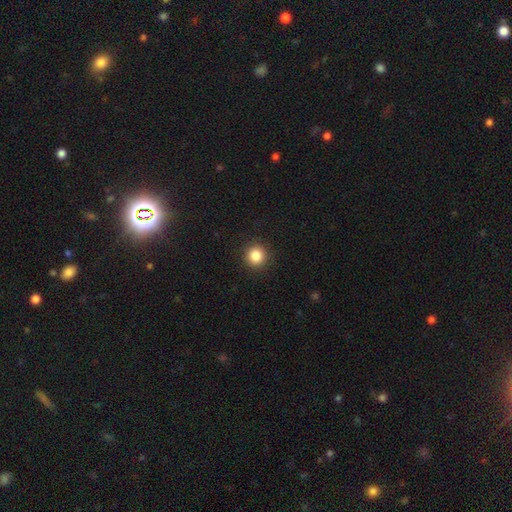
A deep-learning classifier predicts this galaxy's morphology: type=smooth (85%); roundness=round (94%); merging=none (93%).